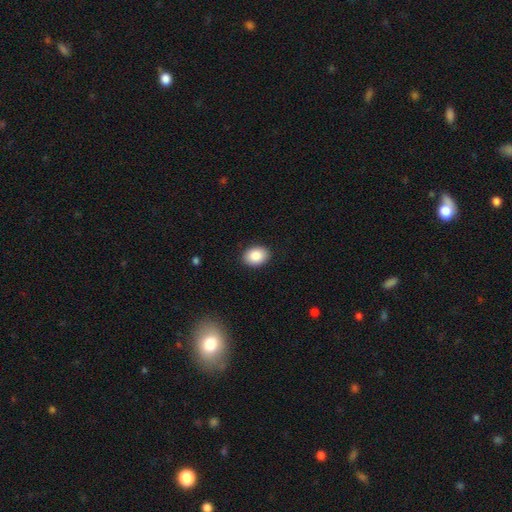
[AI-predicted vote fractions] smooth 89%, star or artifact 7%, featured or disk 4%. Down the decision tree: how rounded — in between (67%); merging — none (90%).